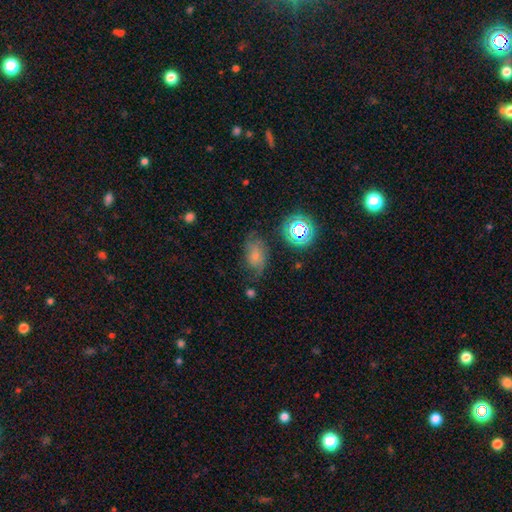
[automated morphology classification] Overall: smooth (50%; featured or disk 30%). How rounded: in between (77%). Merging: none (50%; minor disturbance 29%).